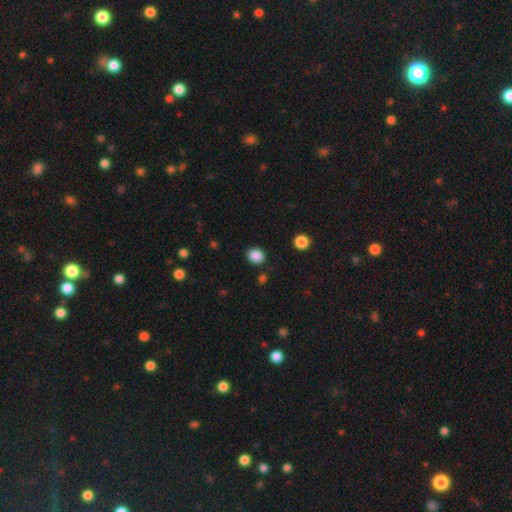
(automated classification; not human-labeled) Smooth or featured? Predicted: smooth (p=0.87). How rounded? Predicted: round (p=0.66). Merging? Predicted: none (p=0.86).